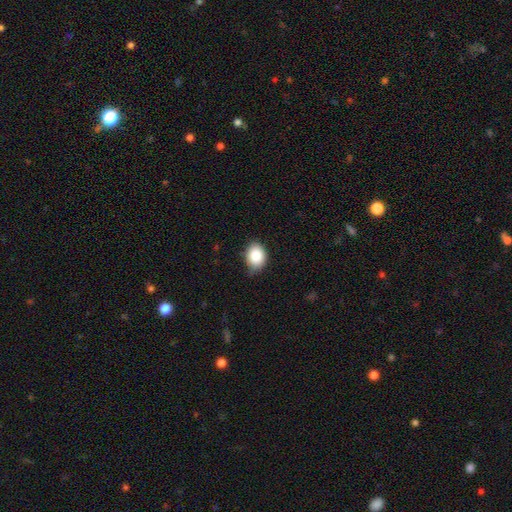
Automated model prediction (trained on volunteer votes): Smooth or featured? smooth (86%)
How rounded? in between (60%)
Merging? none (70%)